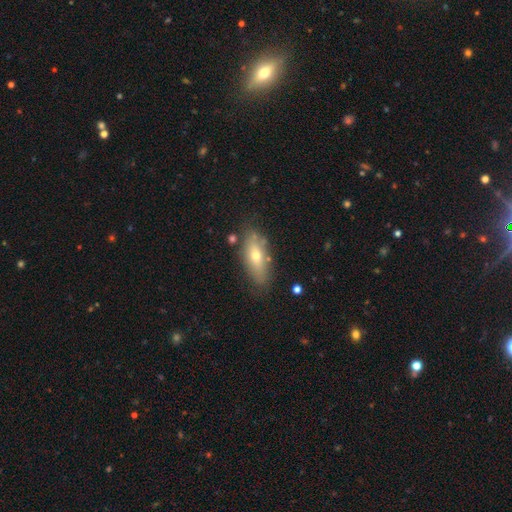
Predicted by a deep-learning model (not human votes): Smooth or featured? smooth (58%)
How rounded? in between (73%)
Merging? none (76%)